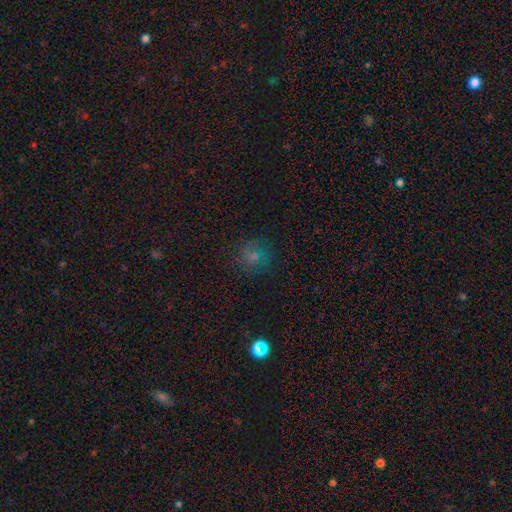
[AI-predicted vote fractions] The model was most divided on "smooth or featured": smooth: 62%, star or artifact: 23%, featured or disk: 16%. More confident: how rounded — round (86%); merging — none (77%).